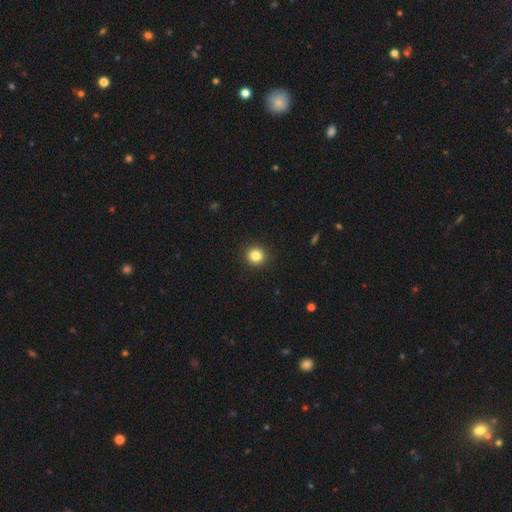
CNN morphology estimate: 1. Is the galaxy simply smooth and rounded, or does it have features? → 84% smooth, 11% star or artifact, 5% featured or disk.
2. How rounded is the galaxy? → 92% round, 7% in between, 1% cigar-shaped.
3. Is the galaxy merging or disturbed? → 92% none, 5% minor disturbance, 2% major disturbance, 1% merger.